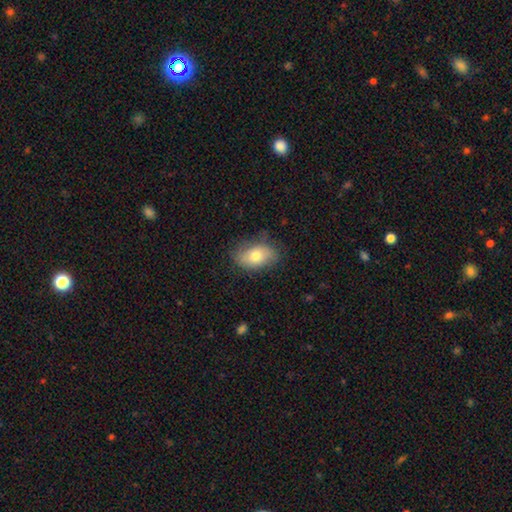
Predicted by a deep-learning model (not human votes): Smooth or featured? Predicted: smooth (p=0.73). How rounded? Predicted: in between (p=0.88). Merging? Predicted: none (p=0.75).